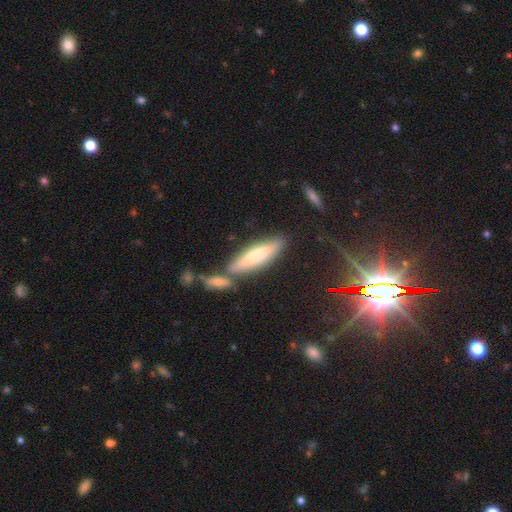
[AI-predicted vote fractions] A smooth galaxy with no disk features (69%) that is cigar-shaped (69%).

Vote fractions:
- Smooth or featured? smooth: 69% / featured or disk: 23% / star or artifact: 8%
- How rounded? cigar-shaped: 69% / in between: 29% / round: 2%
- Merging? none: 62% / merger: 20% / minor disturbance: 14% / major disturbance: 4%